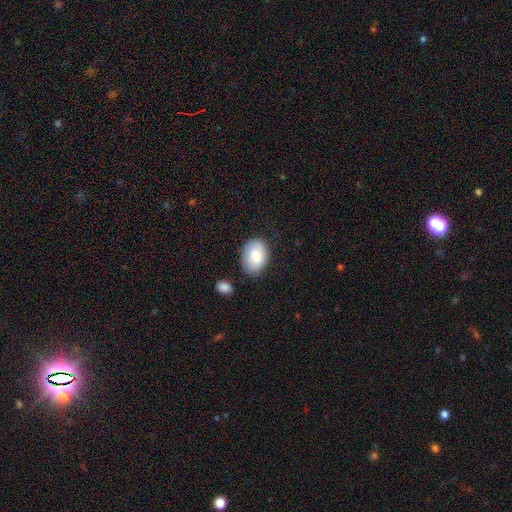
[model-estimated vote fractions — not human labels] Smooth or featured? Predicted: smooth (p=0.76). How rounded? Predicted: in between (p=0.81). Merging? Predicted: none (p=0.74).